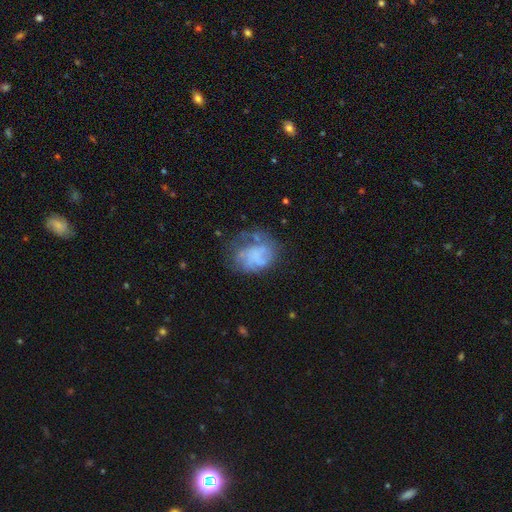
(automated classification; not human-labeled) The model was most divided on "merging": none: 42%, major disturbance: 29%, minor disturbance: 25%, merger: 4%. More confident: edge-on disk — no (98%); bar — no (84%); bulge size — none (76%); spiral arms — no (57%); smooth or featured — featured or disk (53%).